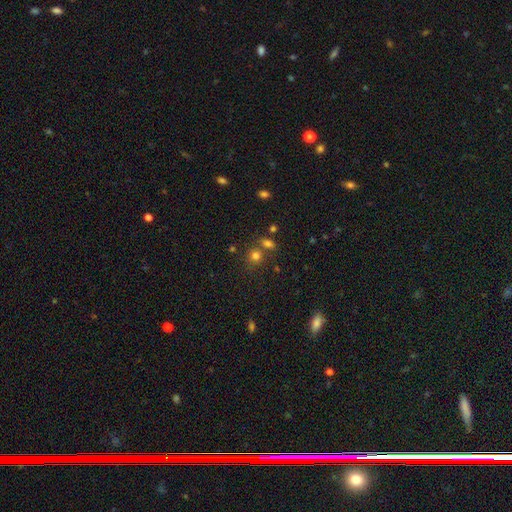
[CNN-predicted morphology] Smooth or featured? smooth (74%)
How rounded? round (82%)
Merging? none (64%)